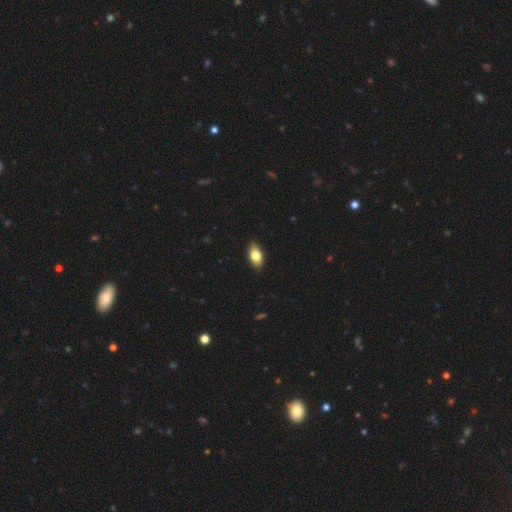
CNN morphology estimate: smooth 79%, featured or disk 14%, star or artifact 7%. Down the decision tree: how rounded — in between (90%); merging — none (89%).